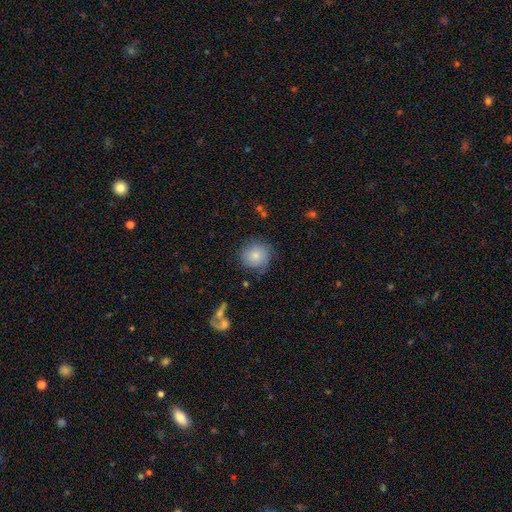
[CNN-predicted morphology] A smooth galaxy with no disk features (79%) that is round (91%).

Vote fractions:
- Smooth or featured? smooth: 79% / featured or disk: 13% / star or artifact: 8%
- How rounded? round: 91% / in between: 8% / cigar-shaped: 1%
- Merging? none: 74% / minor disturbance: 19% / major disturbance: 5% / merger: 2%